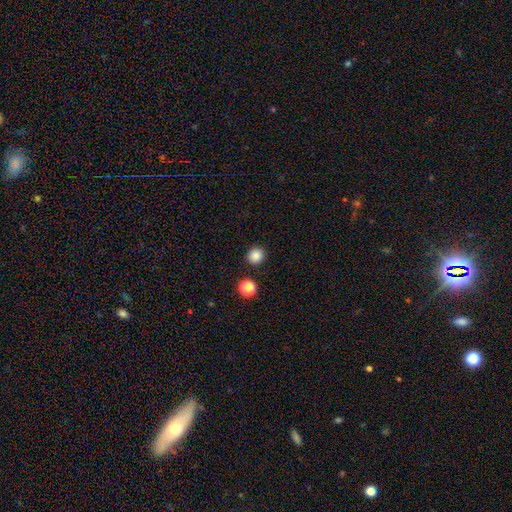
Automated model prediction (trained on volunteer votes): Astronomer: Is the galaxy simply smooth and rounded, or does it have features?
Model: smooth — 85%.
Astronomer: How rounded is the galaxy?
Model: round — 92%.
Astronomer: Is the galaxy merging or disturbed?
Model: none — 90%.